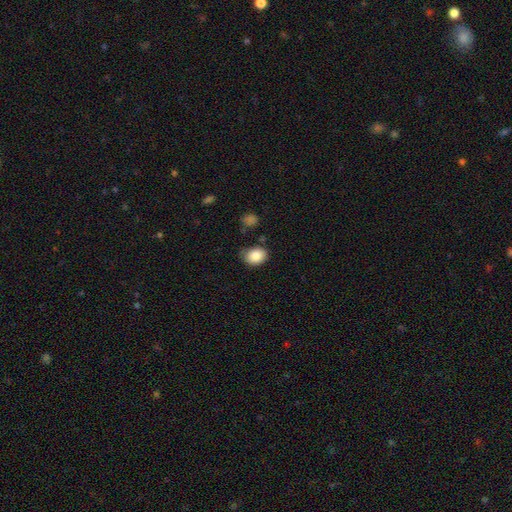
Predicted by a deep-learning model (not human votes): Smooth or featured?
  - smooth: 85% *
  - star or artifact: 8%
  - featured or disk: 6%
How rounded?
  - in between: 61% *
  - round: 38%
  - cigar-shaped: 1%
Merging?
  - none: 71% *
  - minor disturbance: 21%
  - major disturbance: 4%
  - merger: 3%